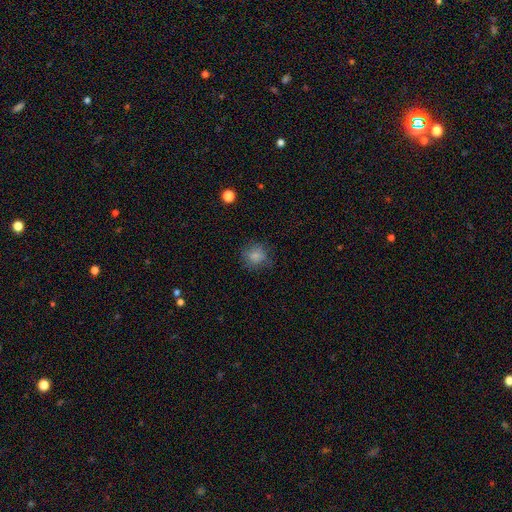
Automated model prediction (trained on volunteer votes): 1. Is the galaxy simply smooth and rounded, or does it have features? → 80% smooth, 11% star or artifact, 9% featured or disk.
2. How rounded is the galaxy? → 78% round, 21% in between, 1% cigar-shaped.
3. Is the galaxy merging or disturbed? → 72% none, 19% minor disturbance, 8% major disturbance, 1% merger.